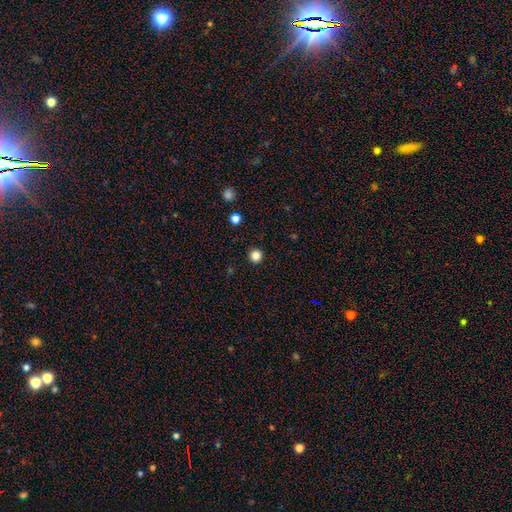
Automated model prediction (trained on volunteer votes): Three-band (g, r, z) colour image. It shows a smooth galaxy with no disk features (84%) that is round (95%). Merging: none (93%).